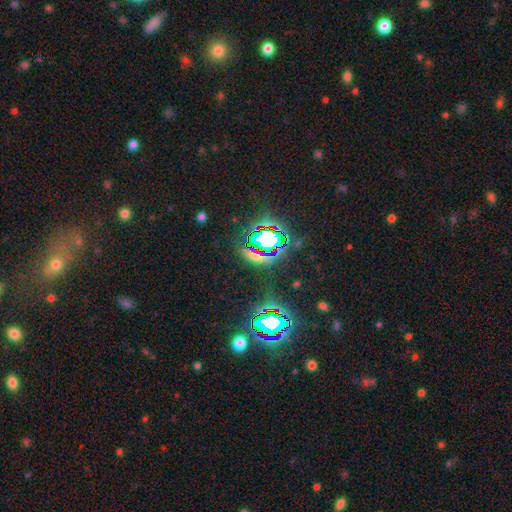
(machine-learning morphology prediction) A star or artifact, not a galaxy (63%).

Vote fractions:
- Smooth or featured? star or artifact: 63% / smooth: 24% / featured or disk: 12%